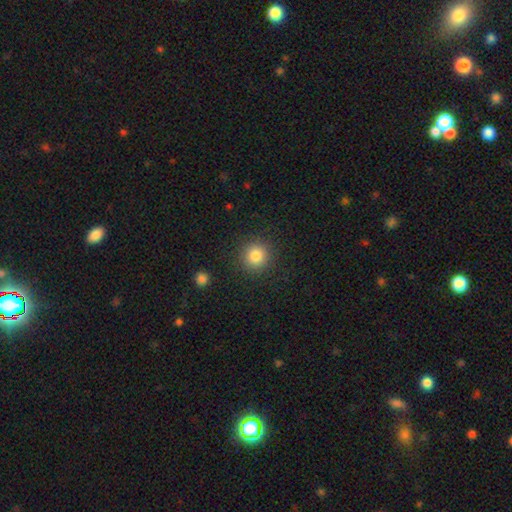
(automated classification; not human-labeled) smooth 83%, star or artifact 11%, featured or disk 6%. Down the decision tree: how rounded — round (93%); merging — none (90%).